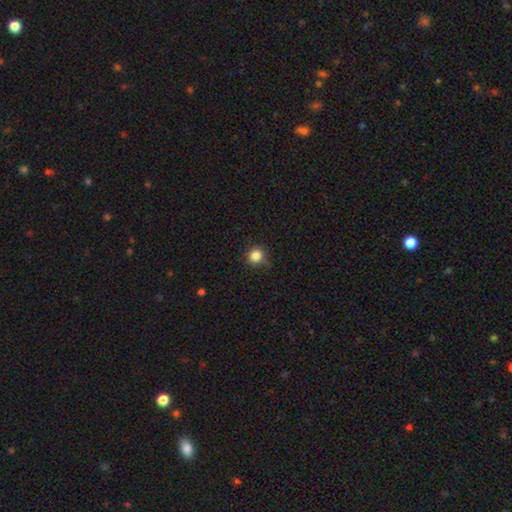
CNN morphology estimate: smooth_or_featured: smooth (p=0.85) [alt: star or artifact p=0.11]
how_rounded: round (p=0.93) [alt: in between p=0.06]
merging: none (p=0.81) [alt: minor disturbance p=0.14]